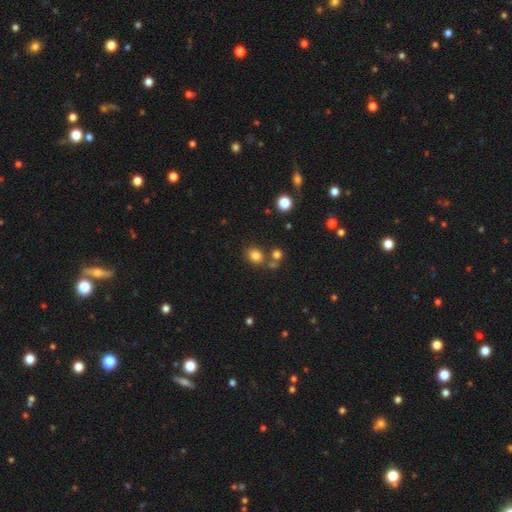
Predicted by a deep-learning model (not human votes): Morphology: type=smooth (80%); roundness=round (73%); merging=none (69%).